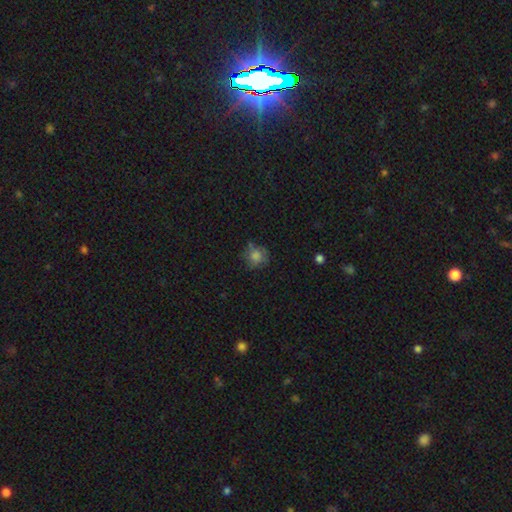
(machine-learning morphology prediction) Smooth or featured: smooth — 72% (featured or disk — 15%)
How rounded: round — 84% (in between — 15%)
Merging: none — 64% (minor disturbance — 23%)